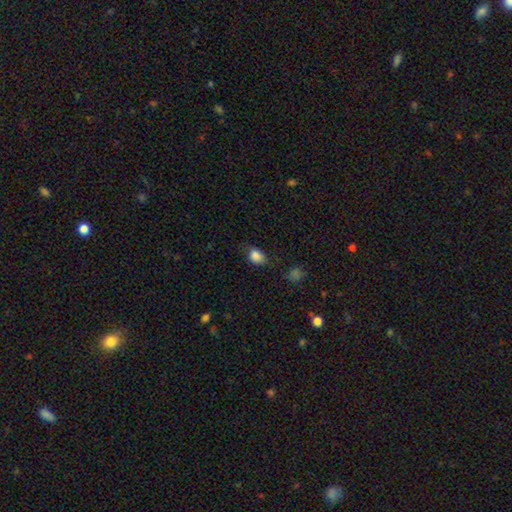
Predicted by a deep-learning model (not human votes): smooth-or-featured: smooth: 85% | star or artifact: 10% | featured or disk: 5%
  how-rounded: in between: 66% | round: 32% | cigar-shaped: 1%
  merging: none: 65% | minor disturbance: 26% | major disturbance: 7% | merger: 3%